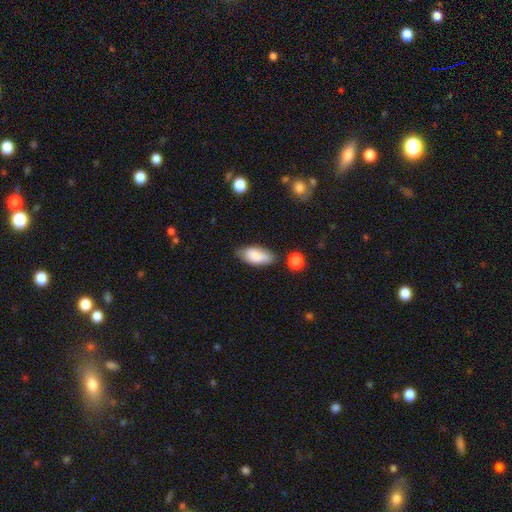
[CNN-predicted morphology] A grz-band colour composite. It shows a smooth galaxy with no disk features (84%) that is in between round and cigar-shaped (88%). Merging: none (70%).